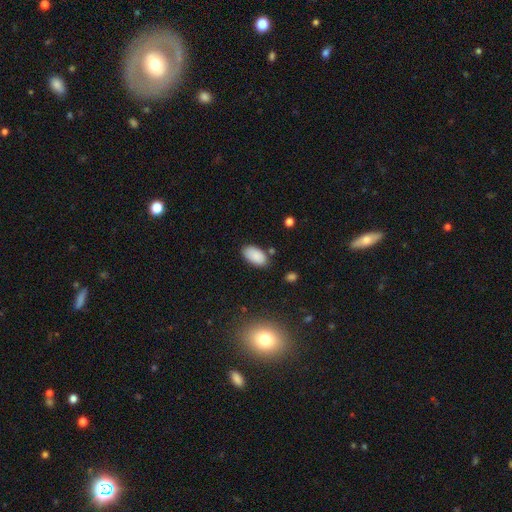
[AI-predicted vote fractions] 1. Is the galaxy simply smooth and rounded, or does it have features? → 87% smooth, 8% star or artifact, 5% featured or disk.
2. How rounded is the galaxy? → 95% in between, 3% round, 2% cigar-shaped.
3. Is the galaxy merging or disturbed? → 80% none, 13% minor disturbance, 3% merger, 3% major disturbance.